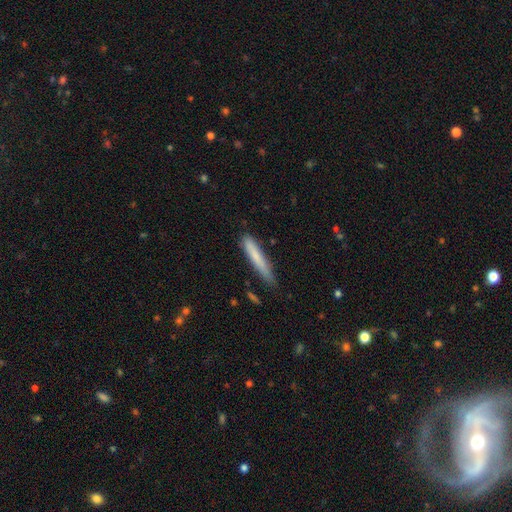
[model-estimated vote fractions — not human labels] A smooth galaxy with no disk features (73%) that is cigar-shaped (94%).

Vote fractions:
- Smooth or featured? smooth: 73% / featured or disk: 21% / star or artifact: 6%
- How rounded? cigar-shaped: 94% / in between: 5% / round: 1%
- Merging? none: 75% / minor disturbance: 20% / major disturbance: 3% / merger: 2%